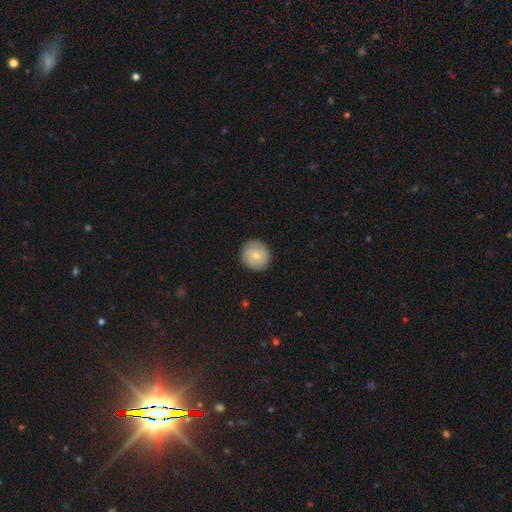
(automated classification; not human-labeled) Morphology: type=smooth (61%); roundness=round (91%); merging=none (87%).